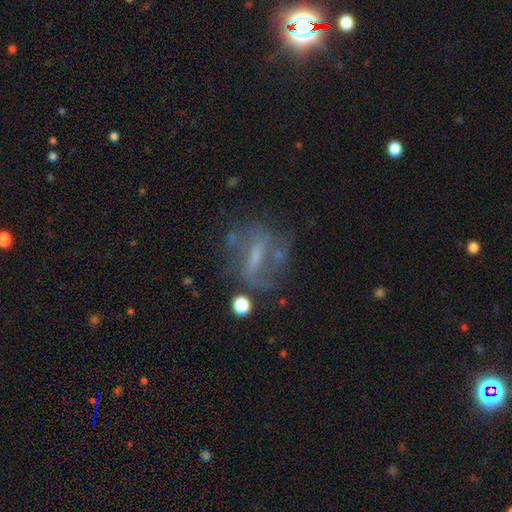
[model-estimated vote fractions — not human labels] This appears to be a featured or disk galaxy (60%) with a weak bar (38%), no spiral arms (51%) and a small central bulge (39%). Merging: none (53%).